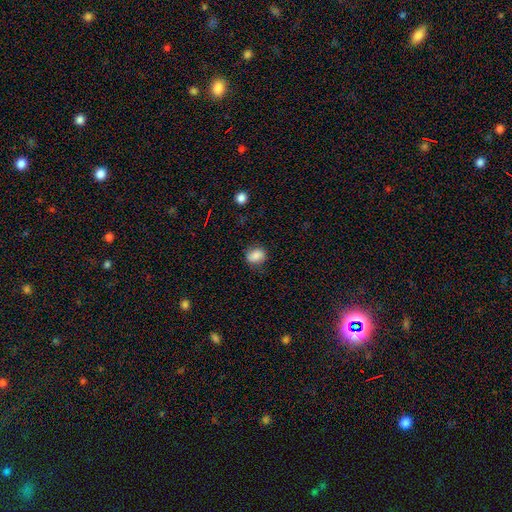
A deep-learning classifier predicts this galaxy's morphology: type=smooth (83%); roundness=in between (52%); merging=none (77%).